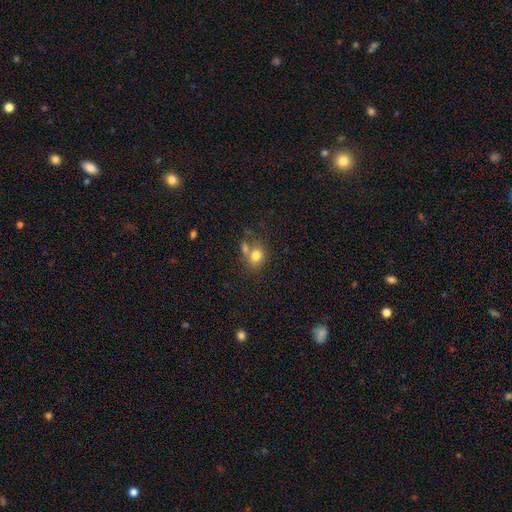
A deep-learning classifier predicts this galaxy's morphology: Smooth or featured? Predicted: smooth (p=0.78). How rounded? Predicted: round (p=0.60). Merging? Predicted: none (p=0.49).